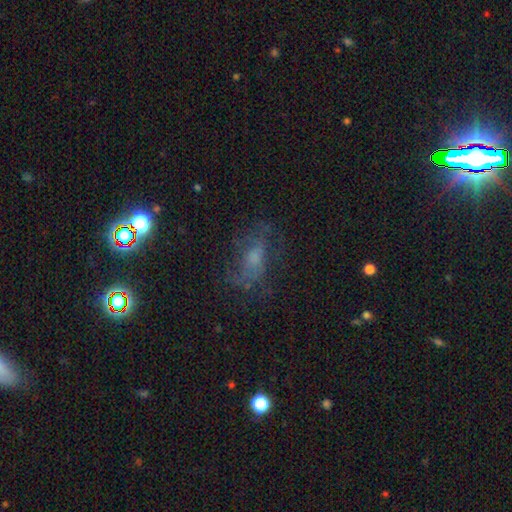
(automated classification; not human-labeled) Q: Smooth or featured?
A: featured or disk (45%); runner-up: smooth (35%)
Q: Merging?
A: none (51%); runner-up: major disturbance (26%)